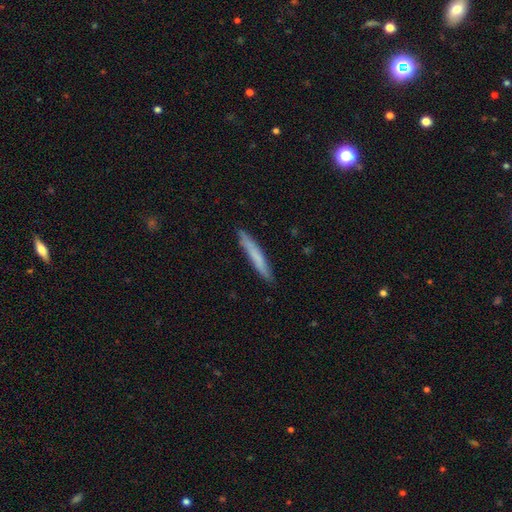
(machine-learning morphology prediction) Smooth or featured?
  - smooth: 69% *
  - featured or disk: 26%
  - star or artifact: 6%
How rounded?
  - cigar-shaped: 96% *
  - in between: 3%
  - round: 1%
Merging?
  - none: 88% *
  - minor disturbance: 9%
  - major disturbance: 2%
  - merger: 1%